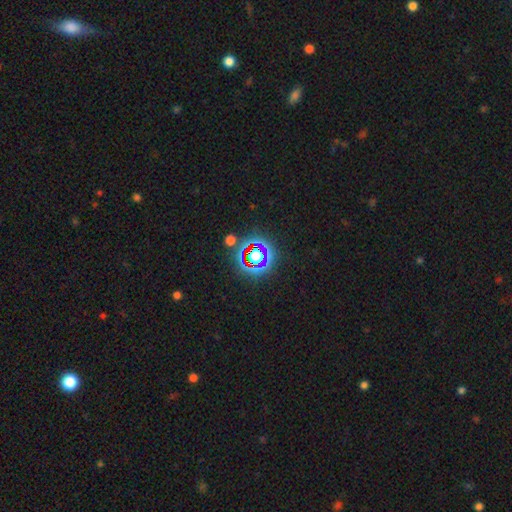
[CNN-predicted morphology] Smooth or featured: star or artifact — 64% (smooth — 23%)